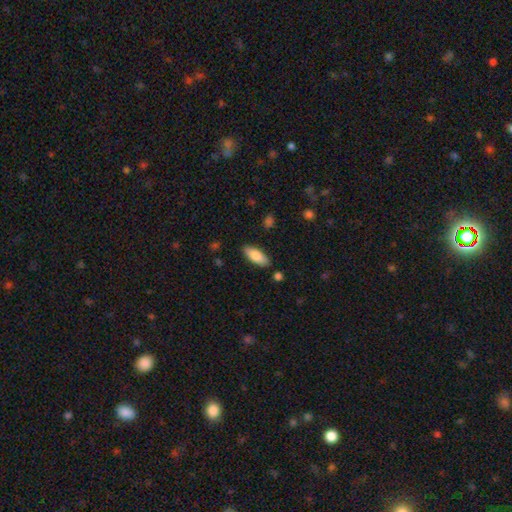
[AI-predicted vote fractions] Q: Smooth or featured?
A: smooth (81%); runner-up: featured or disk (13%)
Q: How rounded?
A: in between (77%); runner-up: cigar-shaped (21%)
Q: Merging?
A: none (86%); runner-up: minor disturbance (10%)